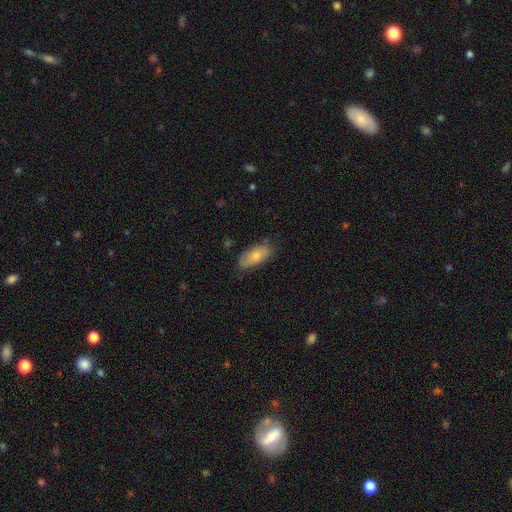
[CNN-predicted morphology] Overall: smooth (75%). How rounded: in between (86%). Merging: none (76%).